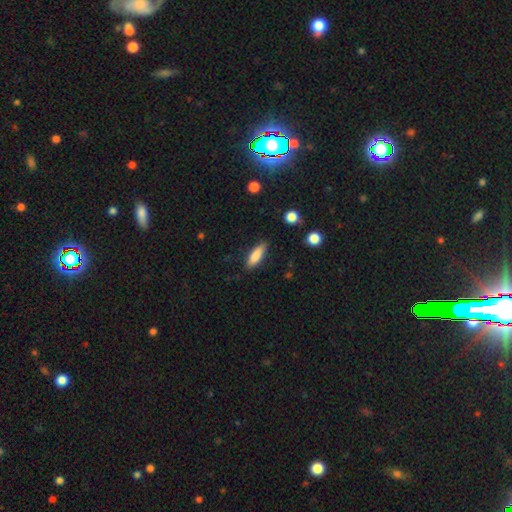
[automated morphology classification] Q: Smooth or featured?
A: smooth (83%); runner-up: featured or disk (10%)
Q: How rounded?
A: in between (53%); runner-up: cigar-shaped (45%)
Q: Merging?
A: none (82%); runner-up: minor disturbance (14%)